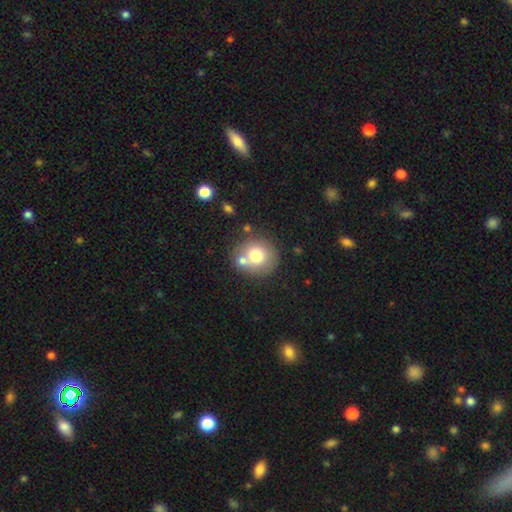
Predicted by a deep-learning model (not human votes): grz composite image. It shows a smooth galaxy with no disk features (72%) that is round (87%). Merging: none (59%).